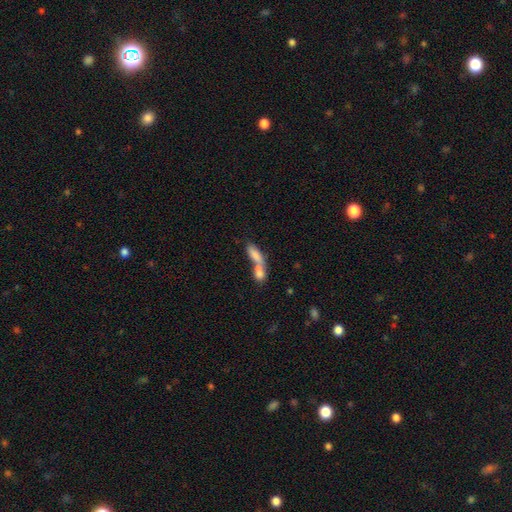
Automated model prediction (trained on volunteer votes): smooth_or_featured: smooth (p=0.74) [alt: featured or disk p=0.18]
how_rounded: in between (p=0.58) [alt: cigar-shaped p=0.37]
merging: merger (p=0.68) [alt: none p=0.20]